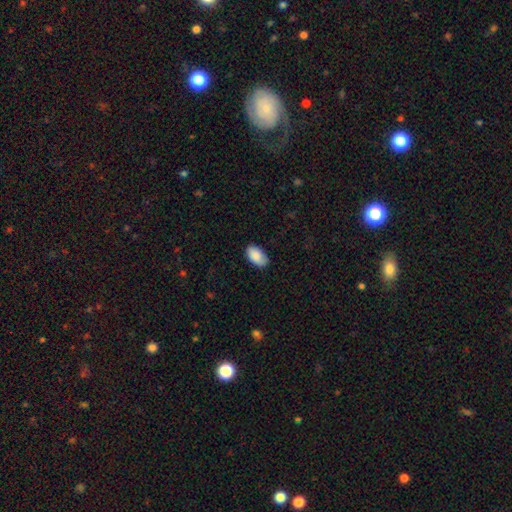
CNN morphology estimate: The model was most divided on "merging": none: 83%, minor disturbance: 14%, major disturbance: 2%, merger: 1%. More confident: how rounded — in between (95%); smooth or featured — smooth (87%).